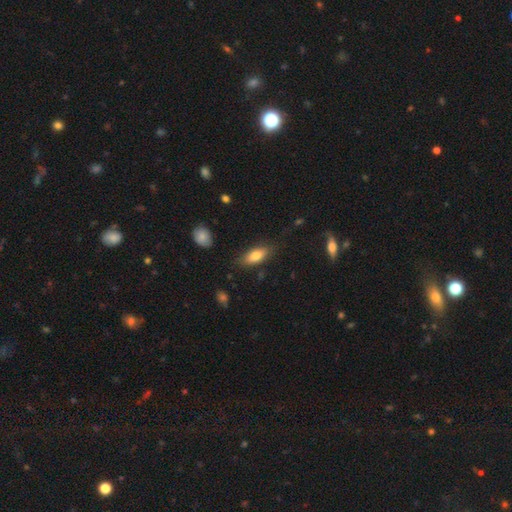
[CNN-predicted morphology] smooth_or_featured: smooth (p=0.77) [alt: featured or disk p=0.16]
how_rounded: in between (p=0.80) [alt: cigar-shaped p=0.17]
merging: none (p=0.80) [alt: minor disturbance p=0.15]